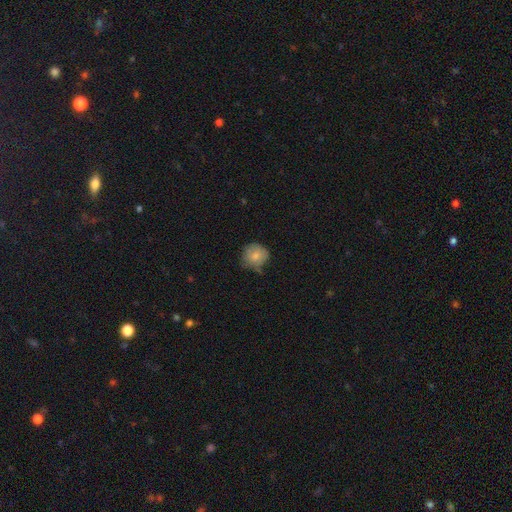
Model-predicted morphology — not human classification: This appears to be a smooth galaxy with no disk features (77%) that is round (87%). Merging: none (59%).